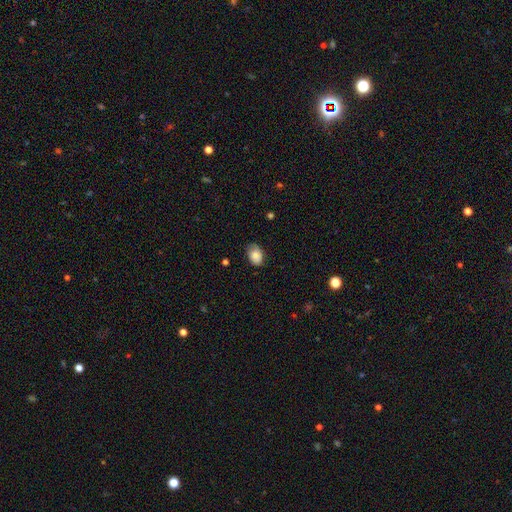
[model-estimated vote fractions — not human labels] Q: Smooth or featured?
A: smooth (83%); runner-up: featured or disk (10%)
Q: How rounded?
A: in between (79%); runner-up: round (20%)
Q: Merging?
A: none (67%); runner-up: minor disturbance (26%)